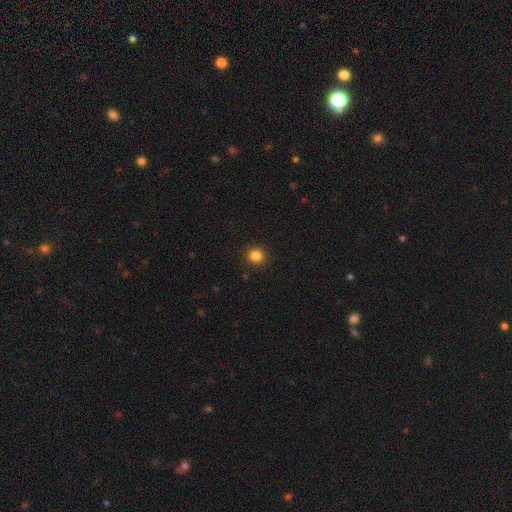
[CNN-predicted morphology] Smooth or featured?
  - smooth: 84% *
  - star or artifact: 12%
  - featured or disk: 4%
How rounded?
  - round: 93% *
  - in between: 6%
  - cigar-shaped: 1%
Merging?
  - none: 92% *
  - minor disturbance: 5%
  - major disturbance: 2%
  - merger: 1%